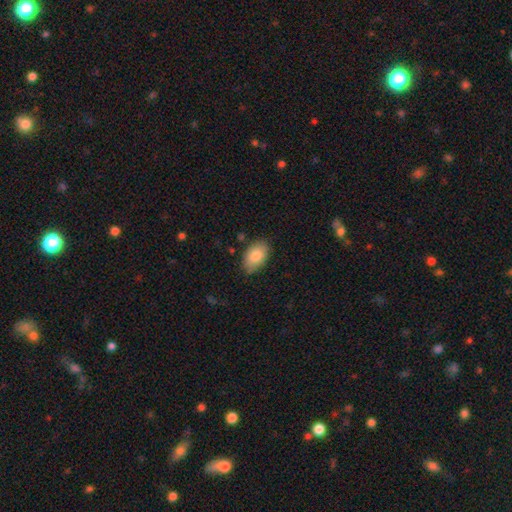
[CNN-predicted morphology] The model was most divided on "merging": none: 79%, minor disturbance: 17%, major disturbance: 3%, merger: 2%. More confident: how rounded — in between (92%); smooth or featured — smooth (84%).